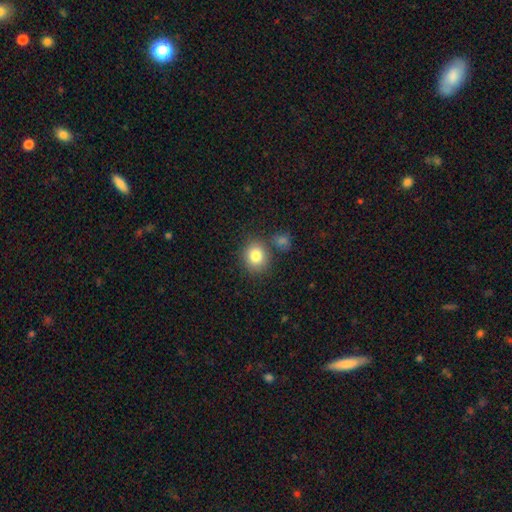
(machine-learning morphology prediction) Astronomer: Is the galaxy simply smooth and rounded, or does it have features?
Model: smooth — 83%.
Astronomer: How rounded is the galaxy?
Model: round — 76%.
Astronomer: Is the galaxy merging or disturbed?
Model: none — 75%.